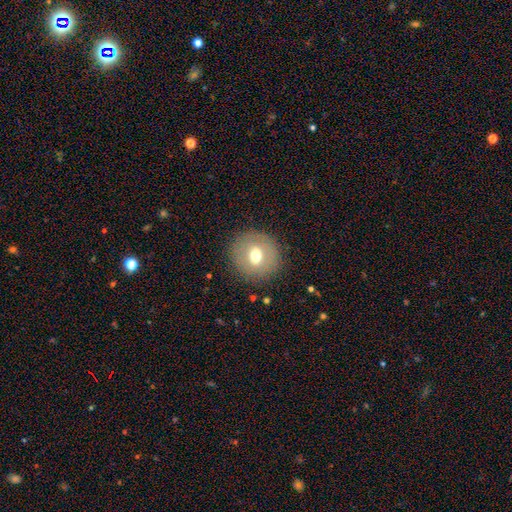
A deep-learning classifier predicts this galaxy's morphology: Smooth or featured? smooth (62%)
How rounded? round (90%)
Merging? none (87%)